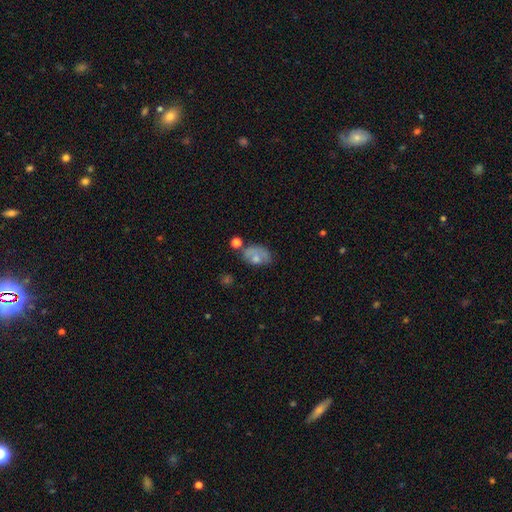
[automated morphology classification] The model was most divided on "merging": none: 40%, minor disturbance: 29%, major disturbance: 18%, merger: 13%. More confident: how rounded — in between (84%); smooth or featured — smooth (66%).